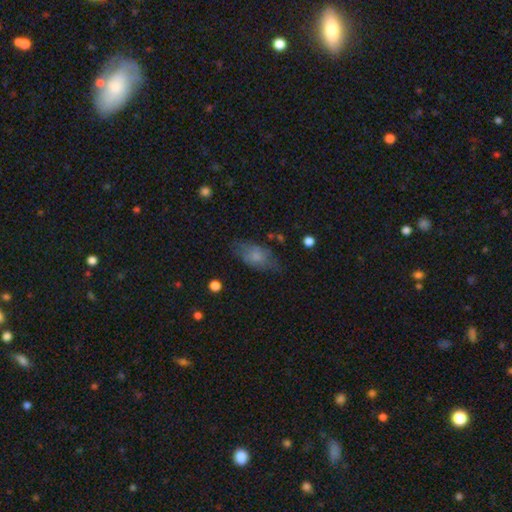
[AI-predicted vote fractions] Smooth or featured? Predicted: smooth (p=0.68). How rounded? Predicted: in between (p=0.89). Merging? Predicted: none (p=0.65).